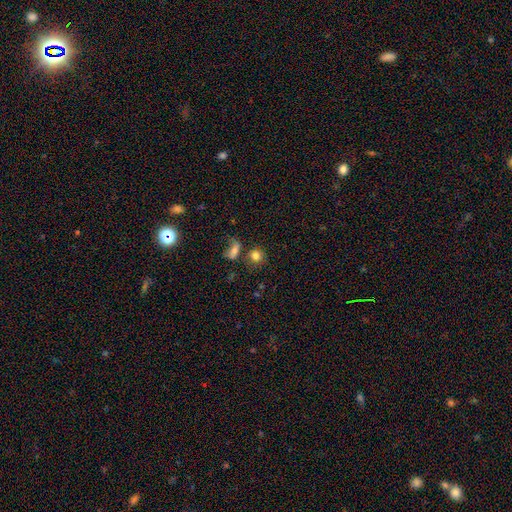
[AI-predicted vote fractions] Overall: smooth (81%). How rounded: round (83%). Merging: none (67%).